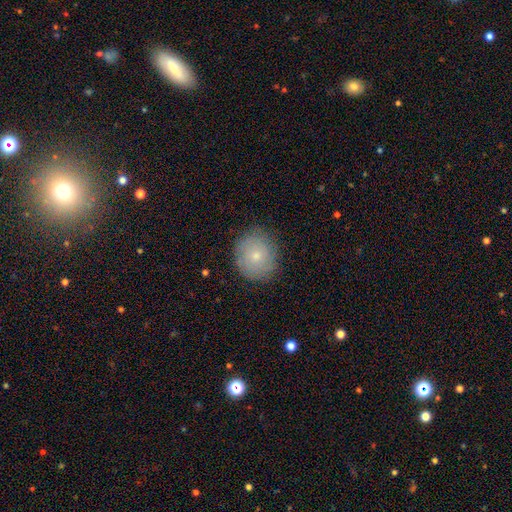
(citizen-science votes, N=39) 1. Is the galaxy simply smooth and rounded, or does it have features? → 69% smooth, 31% featured or disk, 0% star or artifact.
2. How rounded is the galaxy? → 85% round, 15% in between, 0% cigar-shaped.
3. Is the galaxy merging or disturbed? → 92% none, 5% minor disturbance, 3% major disturbance, 0% merger.